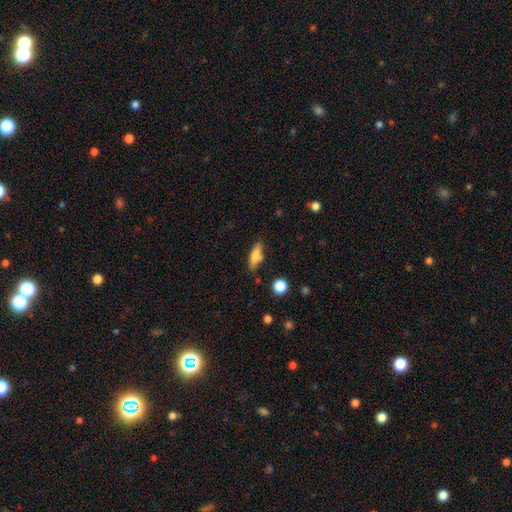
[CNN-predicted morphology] Smooth or featured: smooth — 73% (featured or disk — 19%)
How rounded: in between — 51% (cigar-shaped — 45%)
Merging: none — 76% (minor disturbance — 16%)